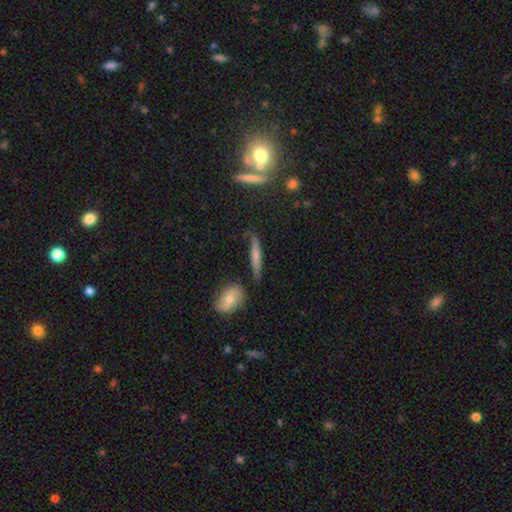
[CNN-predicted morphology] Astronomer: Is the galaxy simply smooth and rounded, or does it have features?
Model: smooth — 55% (runner-up: featured or disk, 36%).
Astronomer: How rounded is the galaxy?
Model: cigar-shaped — 87%.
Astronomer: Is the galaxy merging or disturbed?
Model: none — 75%.